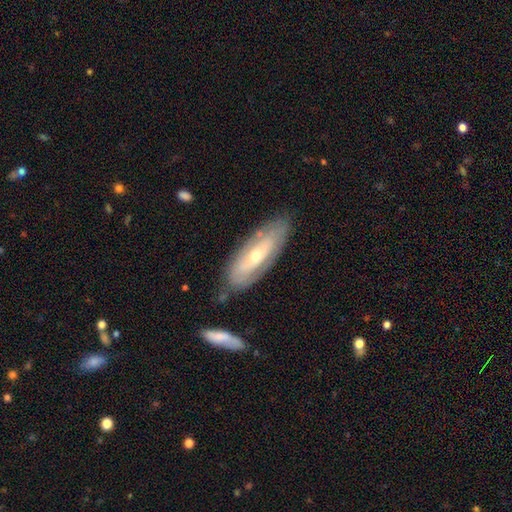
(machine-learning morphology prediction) featured or disk 60%, smooth 33%, star or artifact 6%. Down the decision tree: edge-on disk — no (78%); merging — none (76%).